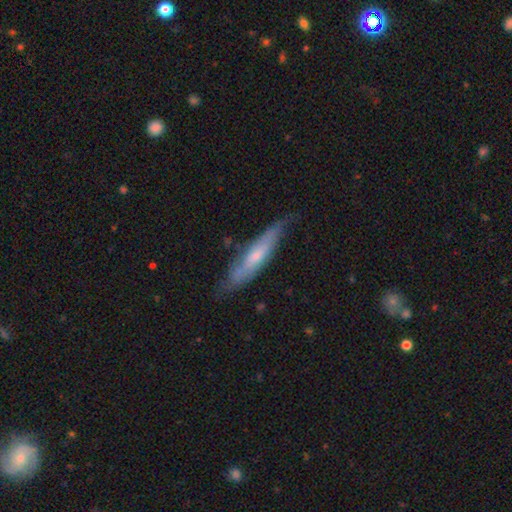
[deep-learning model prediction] This appears to be a featured or disk galaxy (53%) viewed edge-on (65%). Merging: none (65%).